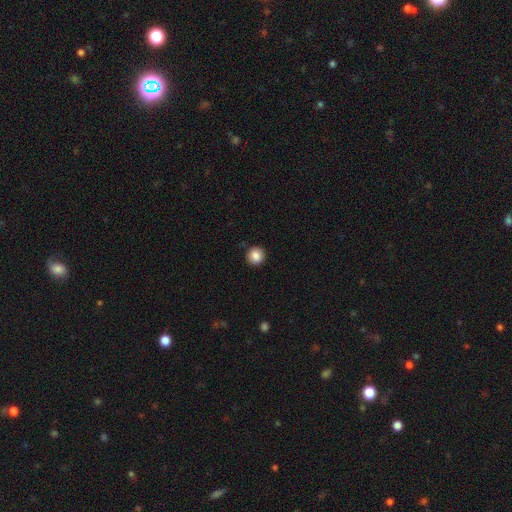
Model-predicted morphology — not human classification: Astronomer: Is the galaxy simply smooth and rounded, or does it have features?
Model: smooth — 87%.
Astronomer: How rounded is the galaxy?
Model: round — 93%.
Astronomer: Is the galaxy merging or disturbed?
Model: none — 90%.